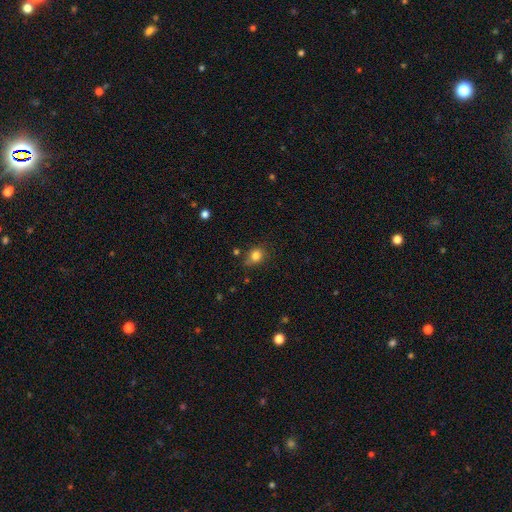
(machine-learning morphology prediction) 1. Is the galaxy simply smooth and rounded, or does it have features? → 82% smooth, 12% star or artifact, 7% featured or disk.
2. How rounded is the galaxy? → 67% round, 32% in between, 1% cigar-shaped.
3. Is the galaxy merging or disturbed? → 70% none, 21% minor disturbance, 5% major disturbance, 4% merger.